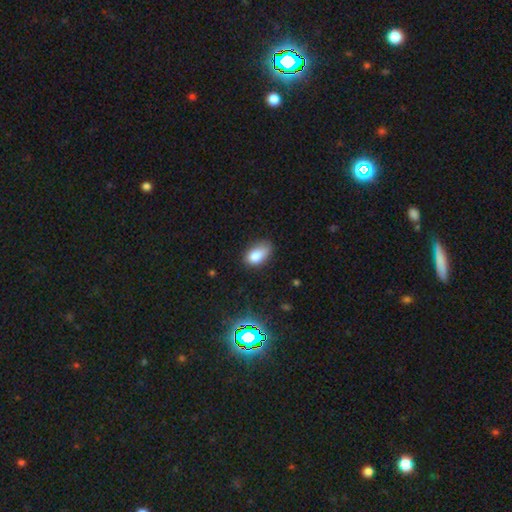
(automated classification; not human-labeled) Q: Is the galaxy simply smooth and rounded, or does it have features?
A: smooth — 81%.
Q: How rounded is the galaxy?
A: in between — 90%.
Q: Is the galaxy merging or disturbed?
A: none — 59%.